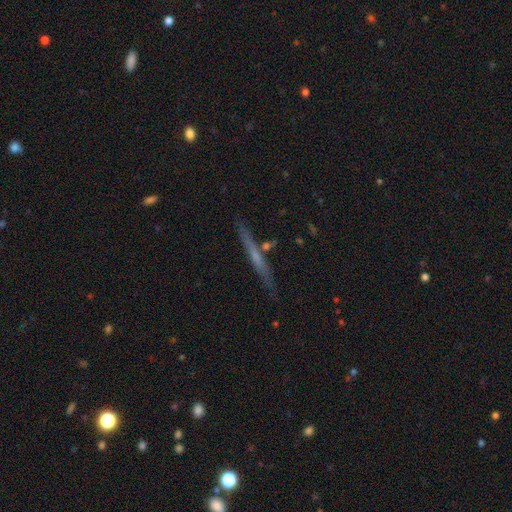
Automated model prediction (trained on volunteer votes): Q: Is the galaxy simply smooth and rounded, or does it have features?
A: featured or disk — 53%.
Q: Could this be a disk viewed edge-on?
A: yes — 95%.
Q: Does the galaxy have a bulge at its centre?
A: none — 76%.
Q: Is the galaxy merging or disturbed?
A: none — 84%.